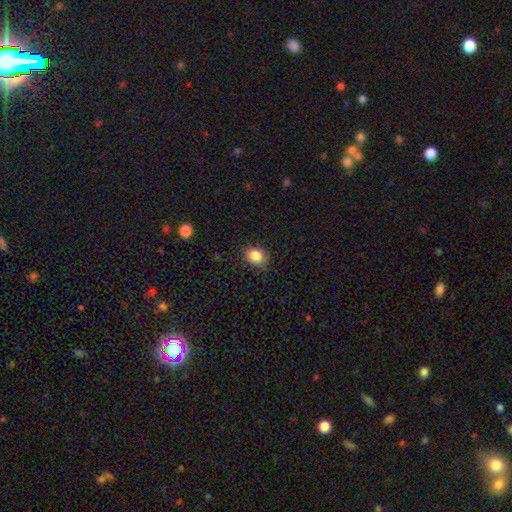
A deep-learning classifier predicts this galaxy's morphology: Smooth or featured: smooth — 86% (star or artifact — 10%)
How rounded: round — 60% (in between — 40%)
Merging: none — 80% (minor disturbance — 16%)